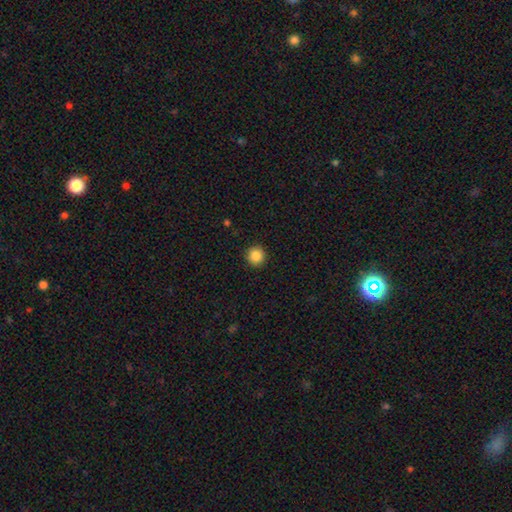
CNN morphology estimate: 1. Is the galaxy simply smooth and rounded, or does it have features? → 87% smooth, 10% star or artifact, 3% featured or disk.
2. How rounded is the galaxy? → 95% round, 4% in between, 1% cigar-shaped.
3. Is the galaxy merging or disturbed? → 92% none, 5% minor disturbance, 2% major disturbance, 1% merger.